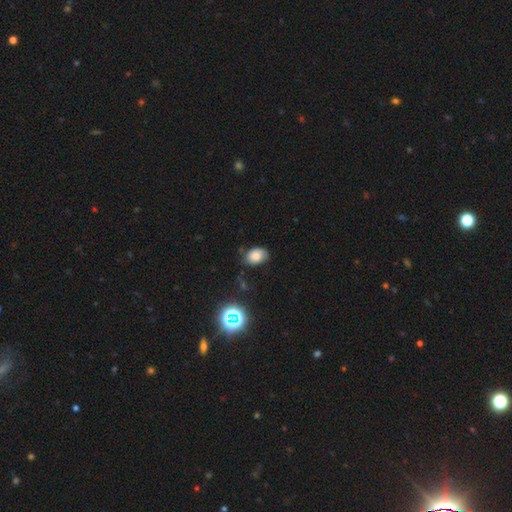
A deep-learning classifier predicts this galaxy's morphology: Smooth or featured? smooth (76%)
How rounded? in between (75%)
Merging? none (63%)